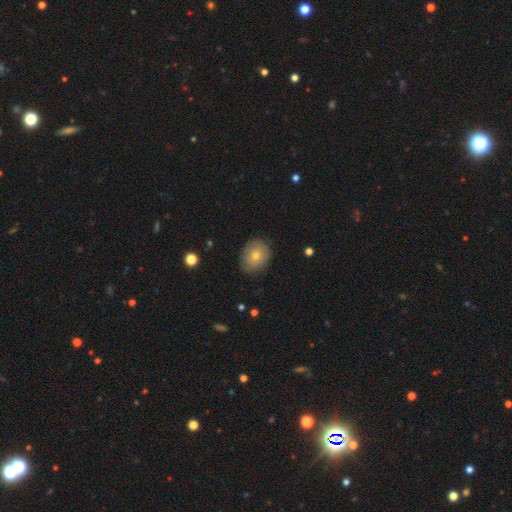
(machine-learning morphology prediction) Smooth or featured? smooth (62%)
How rounded? round (57%)
Merging? none (83%)